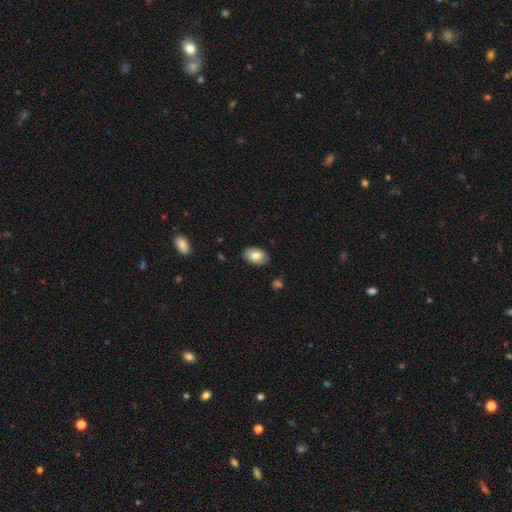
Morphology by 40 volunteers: smooth 65%, featured or disk 25%, star or artifact 10%. Down the decision tree: how rounded — in between (96%); merging — none (94%).